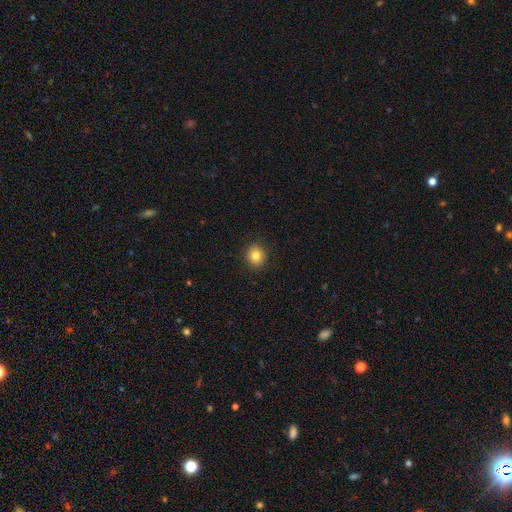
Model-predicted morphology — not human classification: This is clearly a smooth galaxy (82%). How rounded: clearly round (83%). Merging: clearly none (92%).